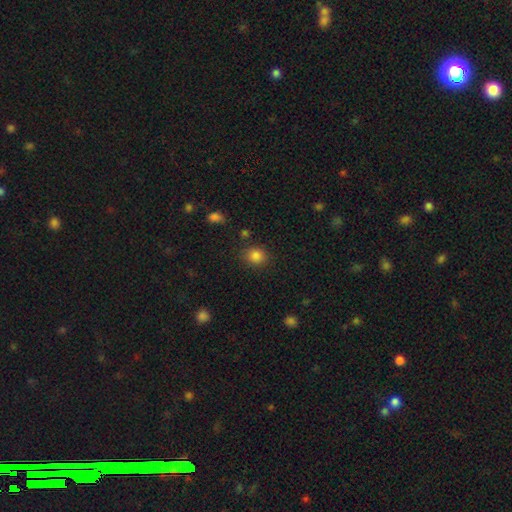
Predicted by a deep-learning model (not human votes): The model was most divided on "how rounded": round: 76%, in between: 23%, cigar-shaped: 1%. More confident: smooth or featured — smooth (84%); merging — none (84%).